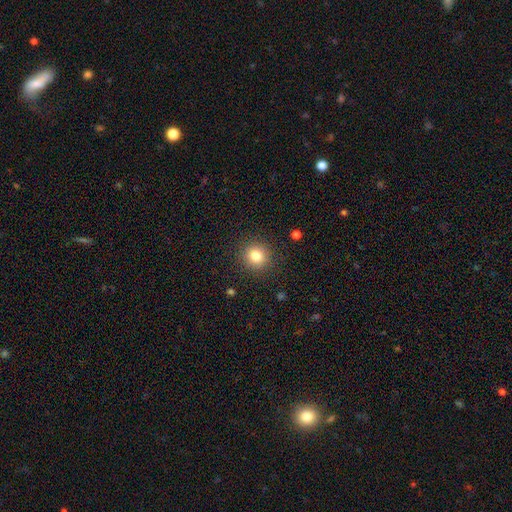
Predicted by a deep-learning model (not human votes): smooth 81%, star or artifact 12%, featured or disk 7%. Down the decision tree: how rounded — round (89%); merging — none (90%).